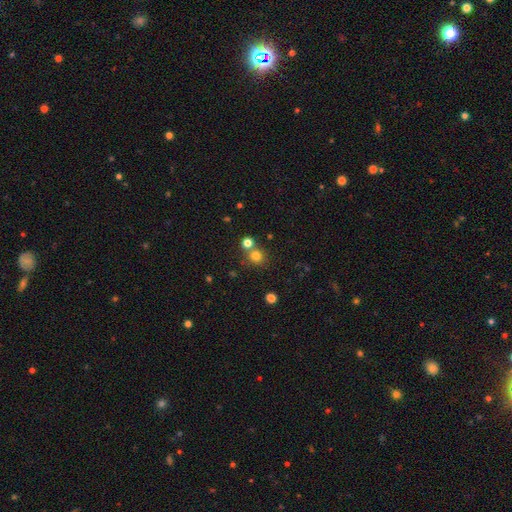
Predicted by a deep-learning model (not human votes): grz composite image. It shows a smooth galaxy with no disk features (76%) that is round (89%). Merging: none (65%).